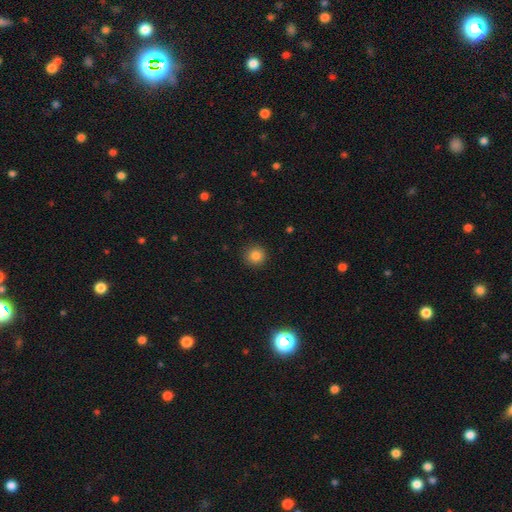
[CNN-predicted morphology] This appears to be a smooth galaxy with no disk features (85%) that is round (94%). Merging: none (91%).